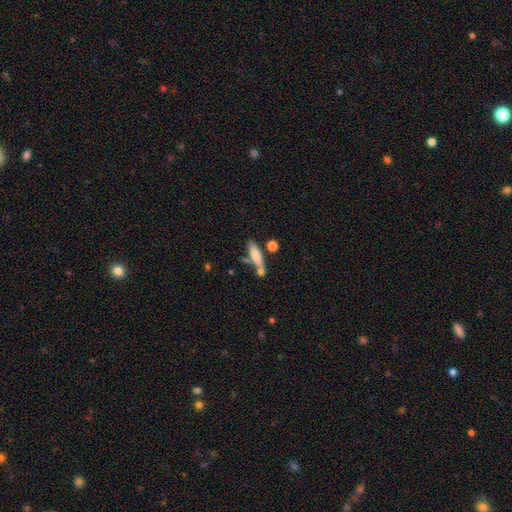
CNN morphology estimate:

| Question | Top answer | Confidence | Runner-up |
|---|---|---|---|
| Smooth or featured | smooth | 70% | featured or disk (23%) |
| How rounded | cigar-shaped | 68% | in between (29%) |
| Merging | none | 51% | merger (26%) |